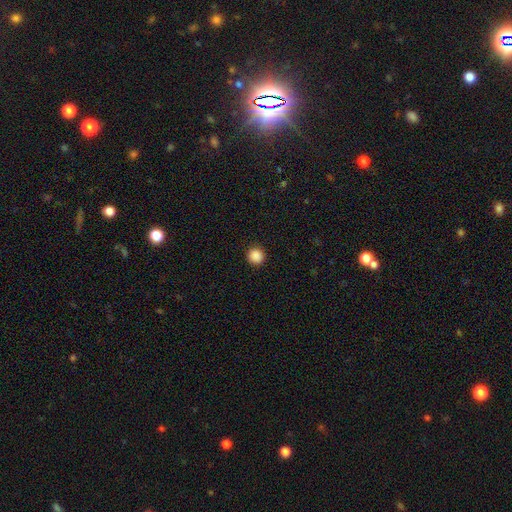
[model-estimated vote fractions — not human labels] smooth 88%, star or artifact 10%, featured or disk 2%. Down the decision tree: how rounded — round (94%); merging — none (92%).